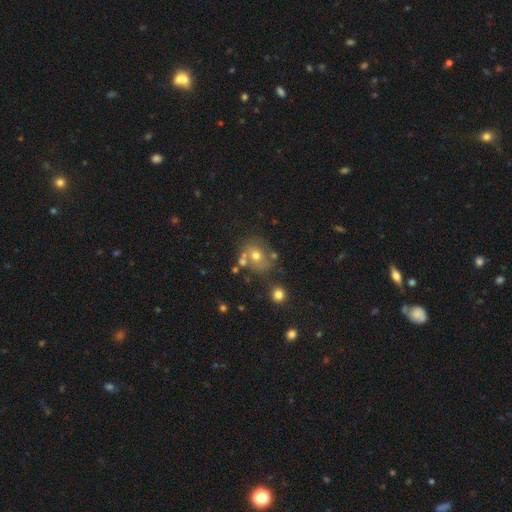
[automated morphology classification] A smooth galaxy with no disk features (60%) that is round (65%). Merging: none (58%).